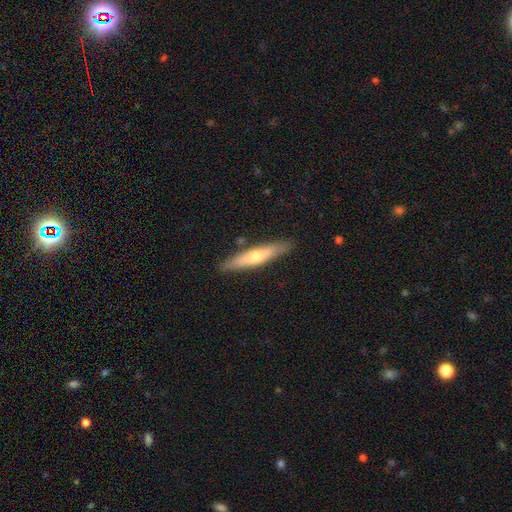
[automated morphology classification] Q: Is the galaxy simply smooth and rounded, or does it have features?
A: smooth — 49%.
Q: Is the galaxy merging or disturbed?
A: none — 87%.